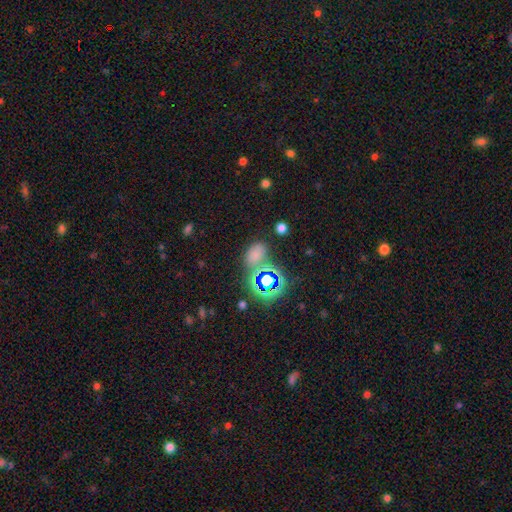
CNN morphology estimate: The model was most divided on "smooth or featured": smooth: 57%, star or artifact: 36%, featured or disk: 7%. More confident: how rounded — in between (77%); merging — none (67%).